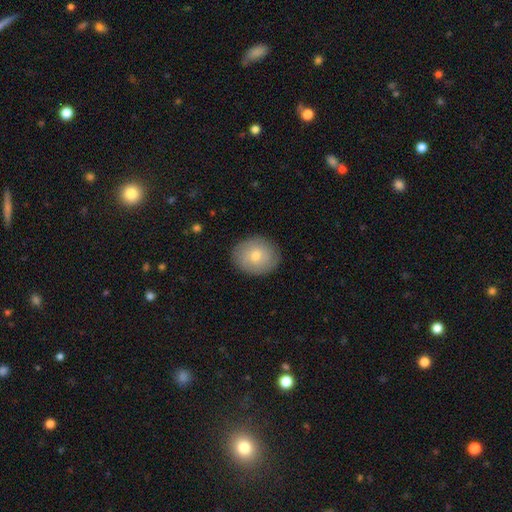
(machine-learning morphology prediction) Smooth or featured?
  - smooth: 70% *
  - featured or disk: 21%
  - star or artifact: 8%
How rounded?
  - round: 74% *
  - in between: 25%
  - cigar-shaped: 1%
Merging?
  - none: 87% *
  - minor disturbance: 10%
  - major disturbance: 2%
  - merger: 1%